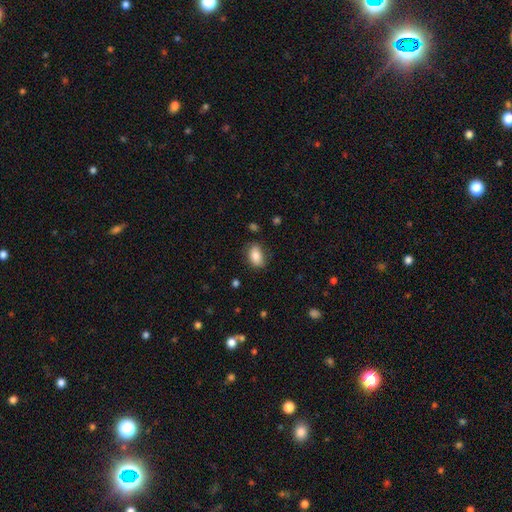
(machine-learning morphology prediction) The model was most divided on "merging": none: 80%, minor disturbance: 15%, major disturbance: 3%, merger: 1%. More confident: how rounded — in between (88%); smooth or featured — smooth (84%).